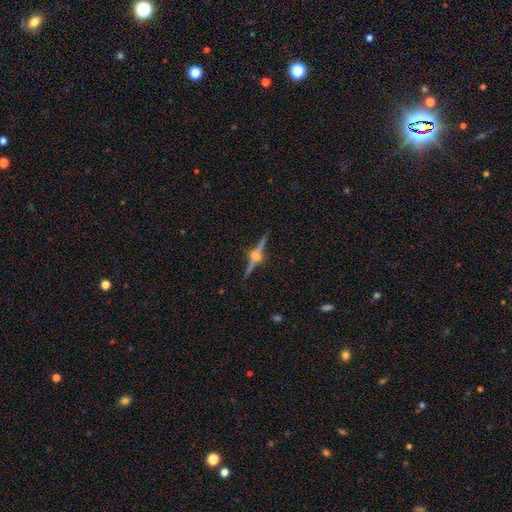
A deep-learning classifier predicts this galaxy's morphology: This is clearly a featured or disk galaxy (84%). It is clearly viewed edge-on (98%). Edge-on bulge: clearly rounded (94%). Merging: clearly none (88%).